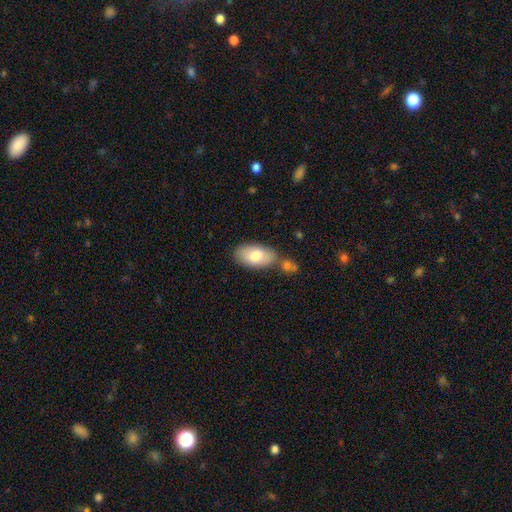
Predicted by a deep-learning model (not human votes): Smooth or featured: smooth — 78% (featured or disk — 16%)
How rounded: in between — 94% (round — 4%)
Merging: none — 66% (merger — 16%)